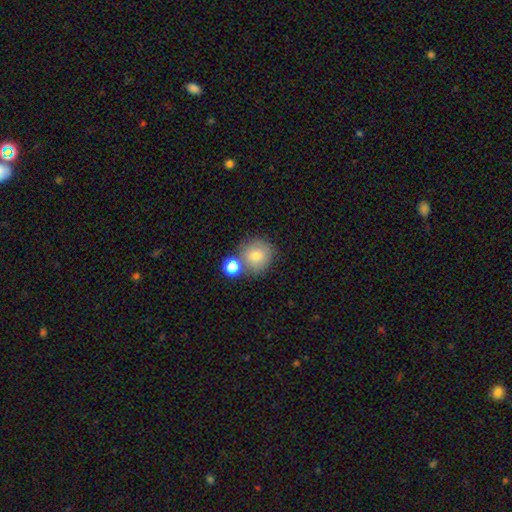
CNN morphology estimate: A smooth galaxy with no disk features (77%) that is round (89%). Merging: none (60%).